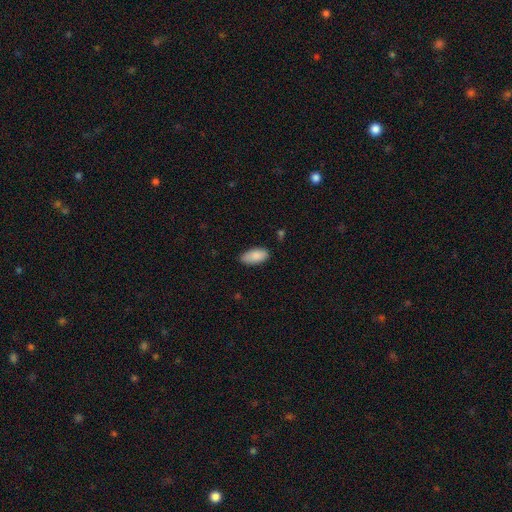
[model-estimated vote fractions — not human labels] Overall: smooth (88%). How rounded: in between (92%). Merging: none (81%).